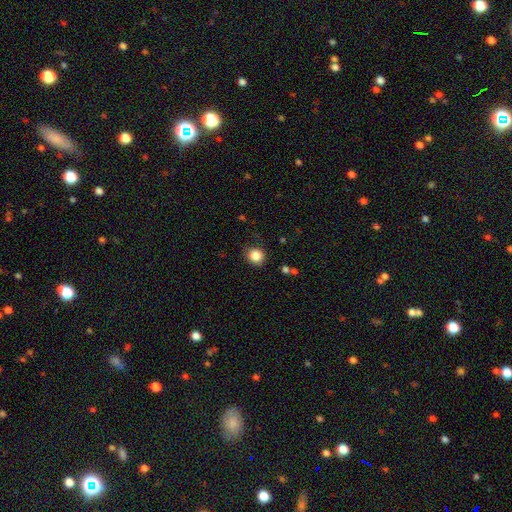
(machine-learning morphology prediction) A smooth galaxy with no disk features (85%) that is round (83%). Merging: none (81%).